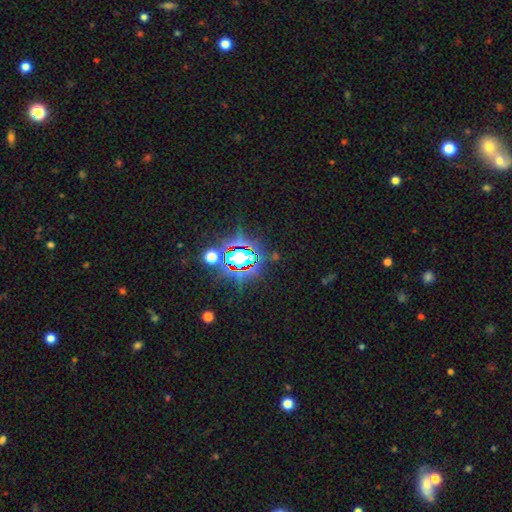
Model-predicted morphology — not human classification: The model was most divided on "smooth or featured": star or artifact: 81%, smooth: 11%, featured or disk: 8%.